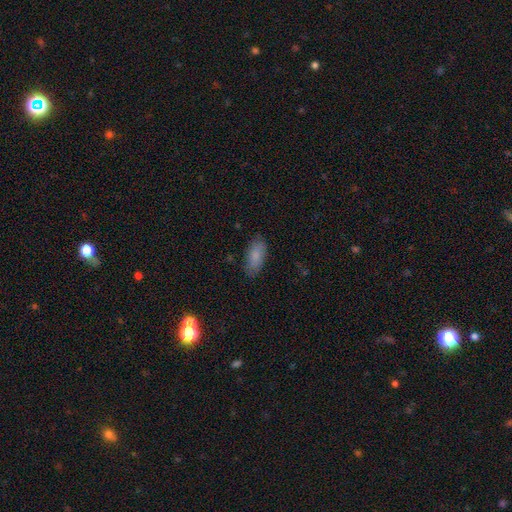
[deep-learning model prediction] Smooth or featured: smooth — 82% (featured or disk — 11%)
How rounded: in between — 86% (cigar-shaped — 12%)
Merging: none — 82% (minor disturbance — 14%)